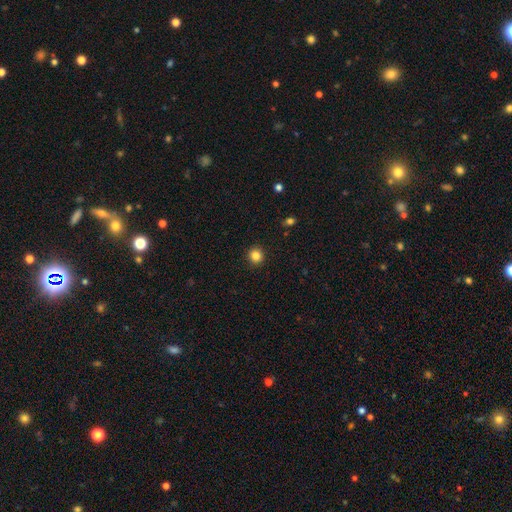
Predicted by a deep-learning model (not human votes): Smooth or featured?
  - smooth: 85% *
  - star or artifact: 11%
  - featured or disk: 4%
How rounded?
  - round: 92% *
  - in between: 7%
  - cigar-shaped: 1%
Merging?
  - none: 92% *
  - minor disturbance: 5%
  - major disturbance: 2%
  - merger: 1%